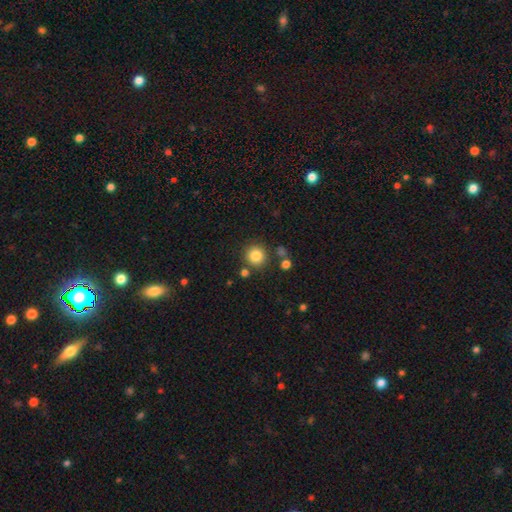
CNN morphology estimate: This appears to be a smooth galaxy with no disk features (84%) that is round (93%). Merging: none (84%).